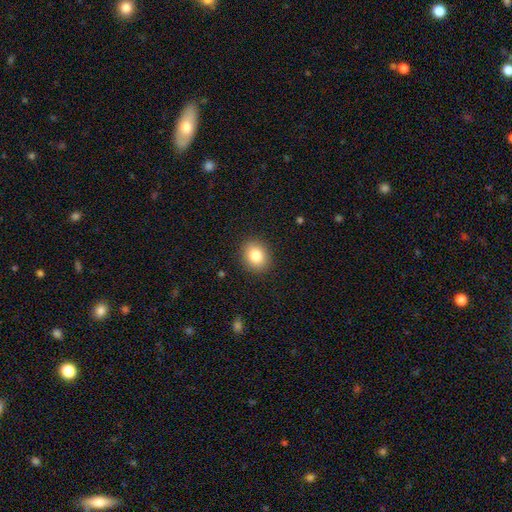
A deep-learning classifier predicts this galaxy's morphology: smooth 83%, star or artifact 9%, featured or disk 8%. Down the decision tree: how rounded — round (58%); merging — none (89%).